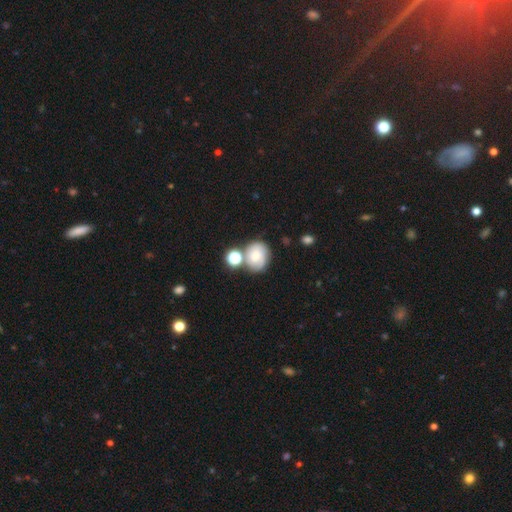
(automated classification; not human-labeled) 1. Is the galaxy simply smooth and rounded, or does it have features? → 64% smooth, 24% featured or disk, 12% star or artifact.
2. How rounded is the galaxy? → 65% round, 34% in between, 1% cigar-shaped.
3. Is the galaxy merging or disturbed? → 54% none, 24% merger, 16% minor disturbance, 6% major disturbance.